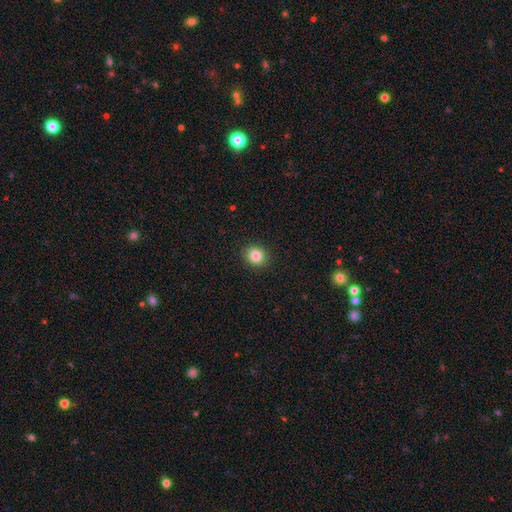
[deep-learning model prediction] Smooth or featured? Predicted: smooth (p=0.85). How rounded? Predicted: round (p=0.79). Merging? Predicted: none (p=0.91).